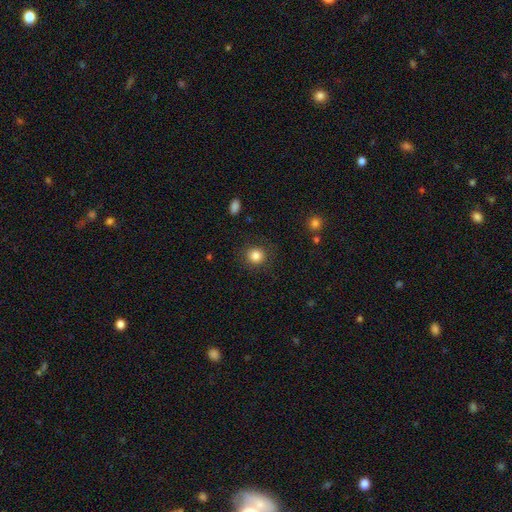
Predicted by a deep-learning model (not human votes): smooth_or_featured: smooth (p=0.84) [alt: star or artifact p=0.11]
how_rounded: round (p=0.89) [alt: in between p=0.10]
merging: none (p=0.87) [alt: minor disturbance p=0.08]